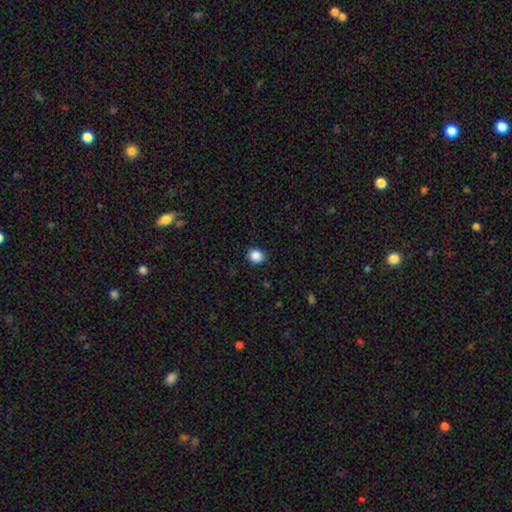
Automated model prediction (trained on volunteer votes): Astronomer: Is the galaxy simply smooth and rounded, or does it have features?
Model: smooth — 87%.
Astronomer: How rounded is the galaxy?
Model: round — 81%.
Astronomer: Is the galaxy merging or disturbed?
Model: none — 91%.